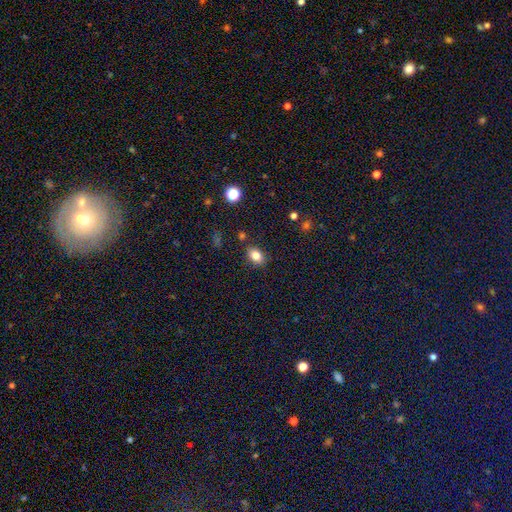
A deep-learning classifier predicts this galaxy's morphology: This appears to be a smooth galaxy with no disk features (82%) that is in between round and cigar-shaped (81%). Merging: none (83%).